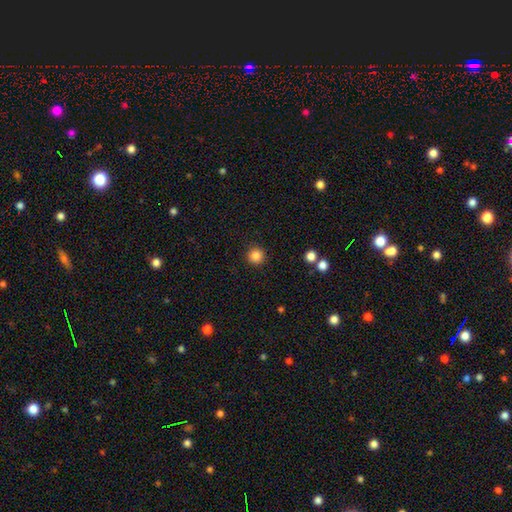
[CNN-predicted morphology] Smooth or featured? smooth (85%)
How rounded? round (96%)
Merging? none (92%)